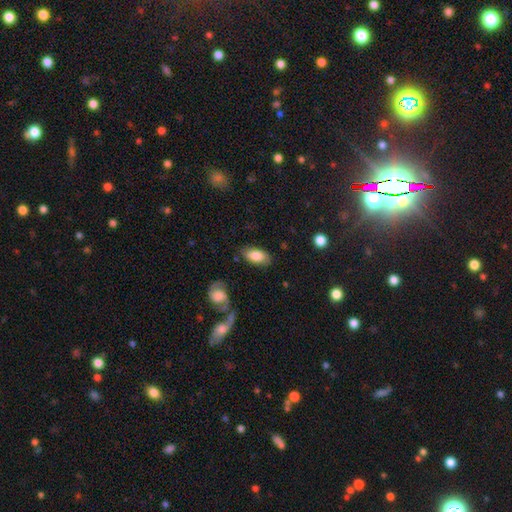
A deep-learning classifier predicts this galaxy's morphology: Q: Smooth or featured?
A: smooth (79%); runner-up: featured or disk (15%)
Q: How rounded?
A: in between (92%); runner-up: cigar-shaped (4%)
Q: Merging?
A: none (81%); runner-up: minor disturbance (13%)